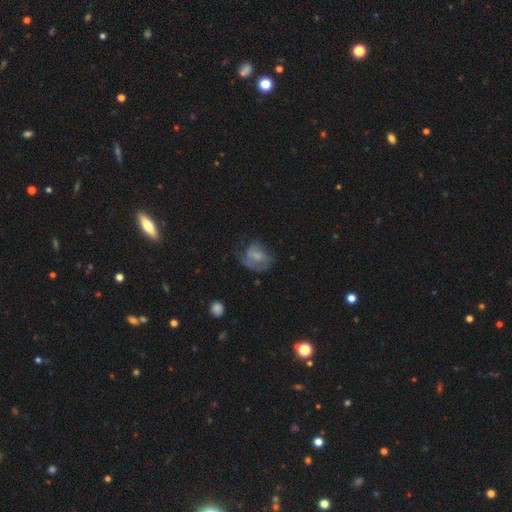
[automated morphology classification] This appears to be a smooth galaxy with no disk features (48%). Merging: none (39%).